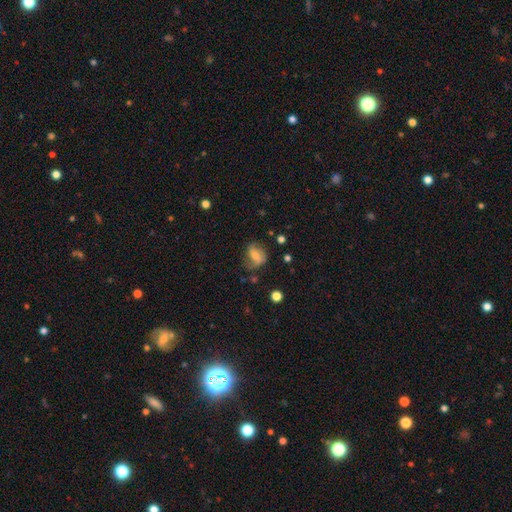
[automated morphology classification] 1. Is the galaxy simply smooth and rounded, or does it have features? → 55% smooth, 35% featured or disk, 10% star or artifact.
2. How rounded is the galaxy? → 65% in between, 33% round, 2% cigar-shaped.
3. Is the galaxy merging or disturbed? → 46% none, 29% minor disturbance, 22% major disturbance, 3% merger.